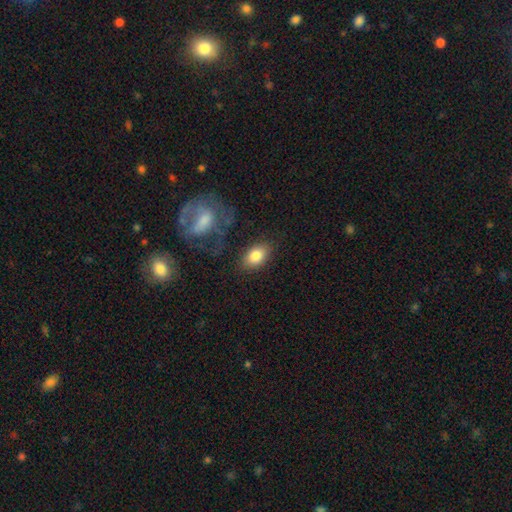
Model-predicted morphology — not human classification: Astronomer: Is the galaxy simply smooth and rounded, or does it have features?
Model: smooth — 82%.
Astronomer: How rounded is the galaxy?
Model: in between — 87%.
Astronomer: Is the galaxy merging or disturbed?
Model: none — 81%.